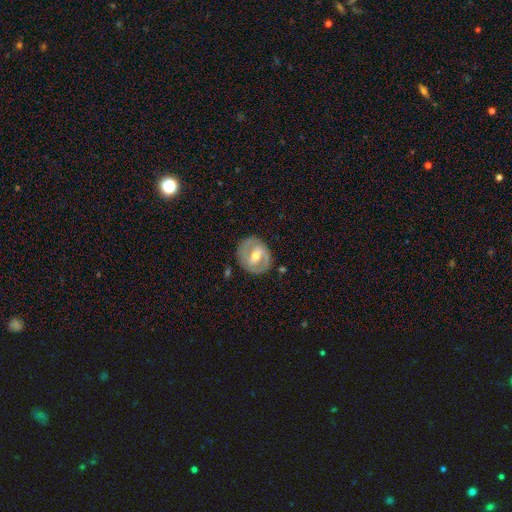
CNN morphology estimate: smooth-or-featured: featured or disk: 74% | smooth: 21% | star or artifact: 5%
  disk-edge-on: no: 96% | yes: 4%
    bar: strong: 43% | weak: 41% | no: 16%
    has-spiral-arms: yes: 68% | no: 32%
    bulge-size: moderate: 67% | small: 24% | large: 6% | none: 1% | dominant: 1%
  merging: none: 81% | minor disturbance: 13% | major disturbance: 5% | merger: 2%